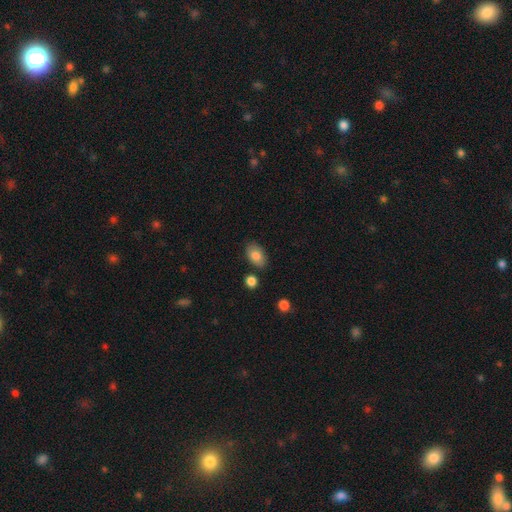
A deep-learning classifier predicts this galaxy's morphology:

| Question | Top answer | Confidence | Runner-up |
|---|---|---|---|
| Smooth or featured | smooth | 83% | featured or disk (10%) |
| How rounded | in between | 90% | round (9%) |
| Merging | none | 79% | minor disturbance (14%) |